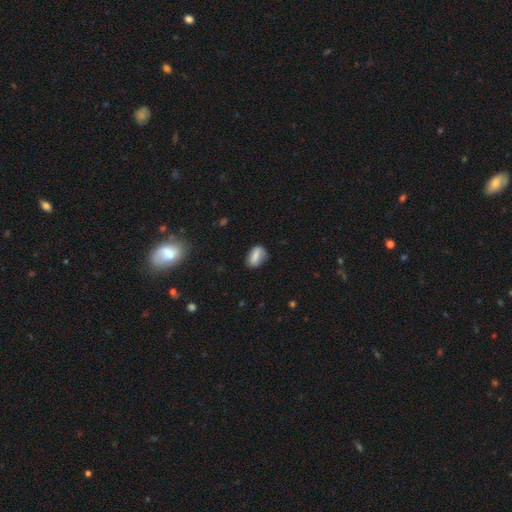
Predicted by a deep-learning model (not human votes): Q: Smooth or featured?
A: smooth (74%); runner-up: featured or disk (18%)
Q: How rounded?
A: in between (83%); runner-up: round (10%)
Q: Merging?
A: none (70%); runner-up: minor disturbance (22%)